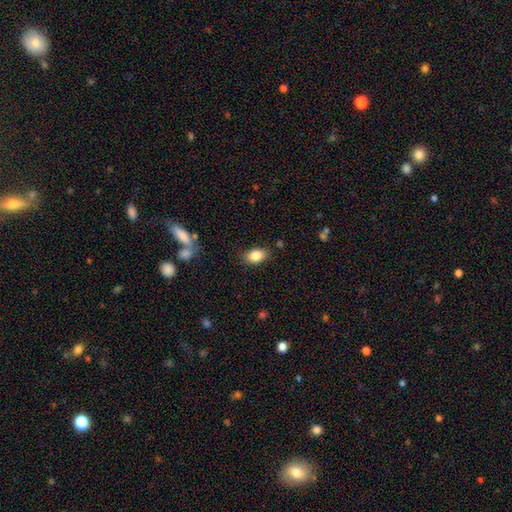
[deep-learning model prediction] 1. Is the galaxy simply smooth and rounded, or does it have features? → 85% smooth, 8% star or artifact, 7% featured or disk.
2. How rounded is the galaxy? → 84% in between, 14% round, 2% cigar-shaped.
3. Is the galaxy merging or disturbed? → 82% none, 12% minor disturbance, 3% major disturbance, 2% merger.